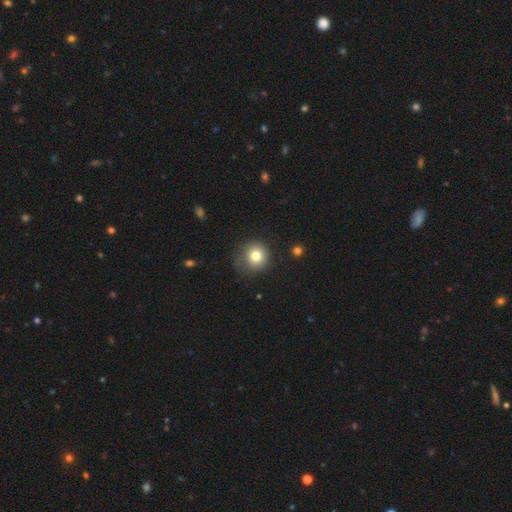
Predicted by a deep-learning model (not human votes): Smooth or featured?
  - smooth: 79% *
  - star or artifact: 11%
  - featured or disk: 10%
How rounded?
  - round: 90% *
  - in between: 9%
  - cigar-shaped: 1%
Merging?
  - none: 73% *
  - minor disturbance: 19%
  - major disturbance: 6%
  - merger: 2%